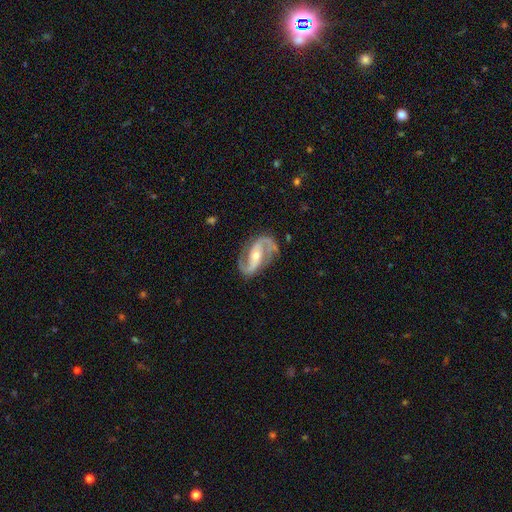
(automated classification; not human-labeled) Smooth or featured: featured or disk — 92% (star or artifact — 4%)
Edge-on disk: no — 97% (yes — 3%)
Bar: strong — 35% (no — 33%)
Spiral arms: yes — 98% (no — 2%)
Spiral winding: medium — 56% (tight — 22%)
Spiral arm count: 2 — 93% (can't tell — 2%)
Bulge size: moderate — 53% (small — 43%)
Merging: none — 80% (minor disturbance — 13%)